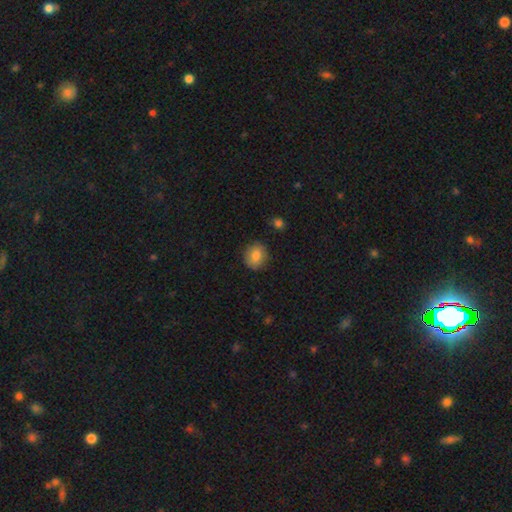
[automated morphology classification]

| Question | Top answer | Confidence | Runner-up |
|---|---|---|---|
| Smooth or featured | smooth | 84% | featured or disk (8%) |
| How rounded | round | 69% | in between (30%) |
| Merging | none | 86% | minor disturbance (11%) |